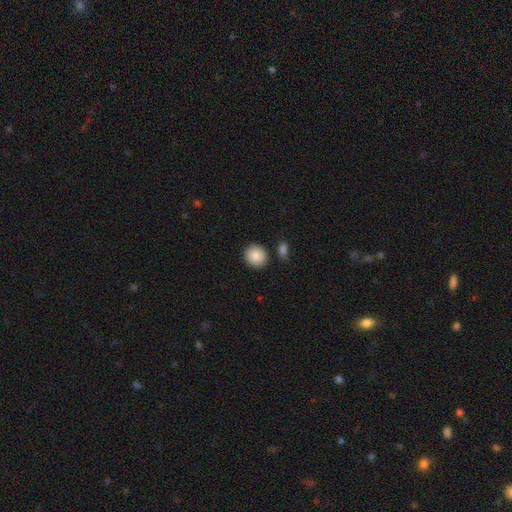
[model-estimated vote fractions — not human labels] A smooth galaxy with no disk features (88%) that is round (80%). Merging: none (85%).